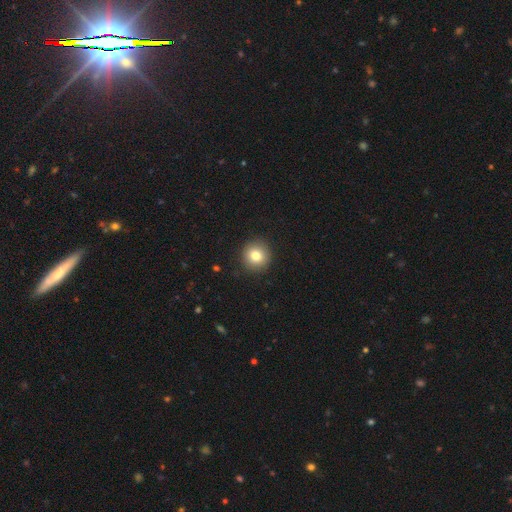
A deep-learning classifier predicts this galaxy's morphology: Overall: smooth (81%). How rounded: round (93%). Merging: none (91%).